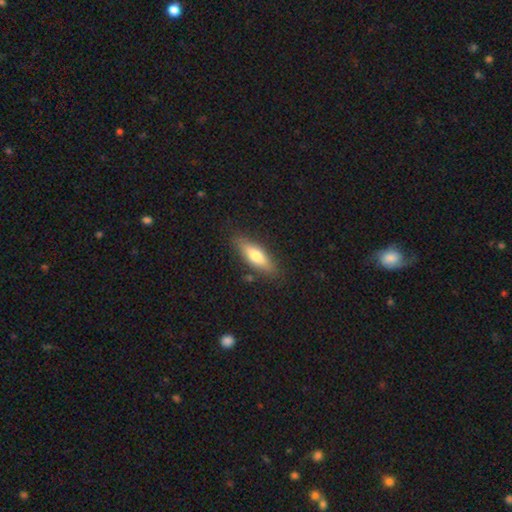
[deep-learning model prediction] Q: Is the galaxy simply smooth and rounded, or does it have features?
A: smooth — 68%.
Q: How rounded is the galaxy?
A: in between — 51%.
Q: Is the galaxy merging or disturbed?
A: none — 83%.